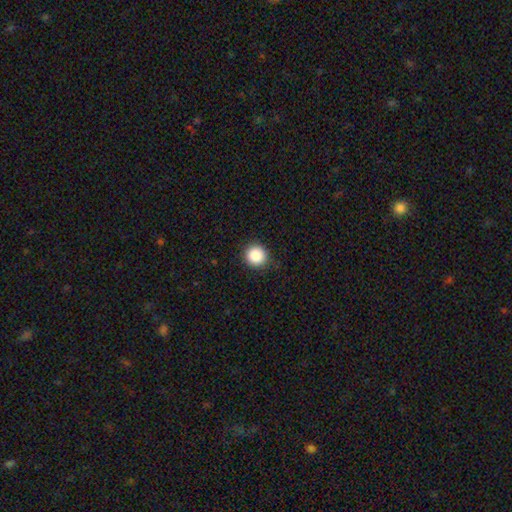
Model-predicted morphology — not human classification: Smooth or featured? Predicted: smooth (p=0.87). How rounded? Predicted: round (p=0.94). Merging? Predicted: none (p=0.90).